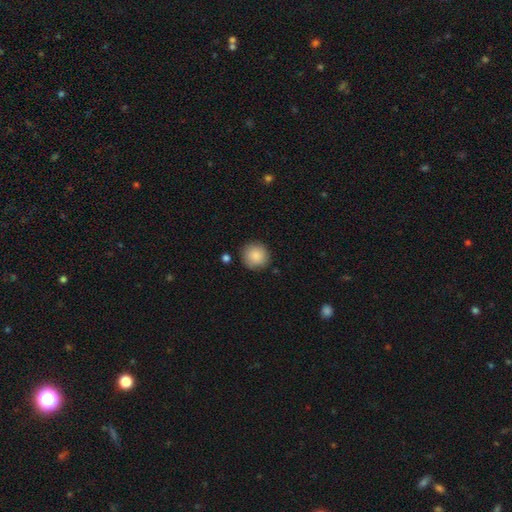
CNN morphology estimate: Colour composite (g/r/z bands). It shows a smooth galaxy with no disk features (88%) that is round (94%). Merging: none (88%).